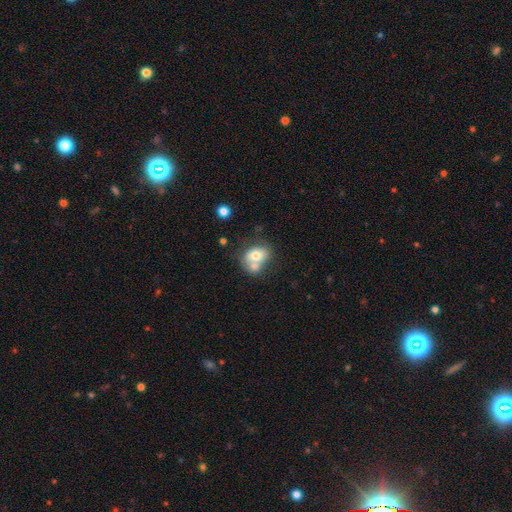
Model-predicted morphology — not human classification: type=smooth (70%); roundness=in between (63%); merging=merger (52%).